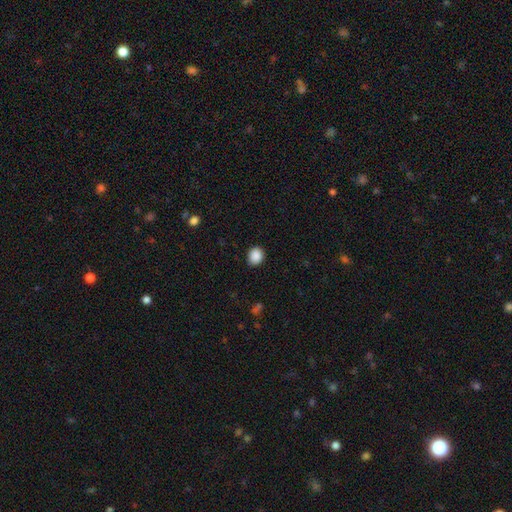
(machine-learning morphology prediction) This is clearly a smooth galaxy (89%). How rounded: likely round (65%). Merging: clearly none (87%).